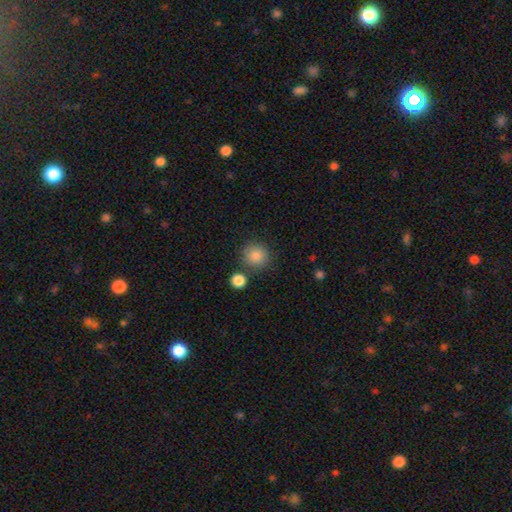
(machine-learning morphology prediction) A smooth galaxy with no disk features (86%) that is round (91%). Merging: none (81%).